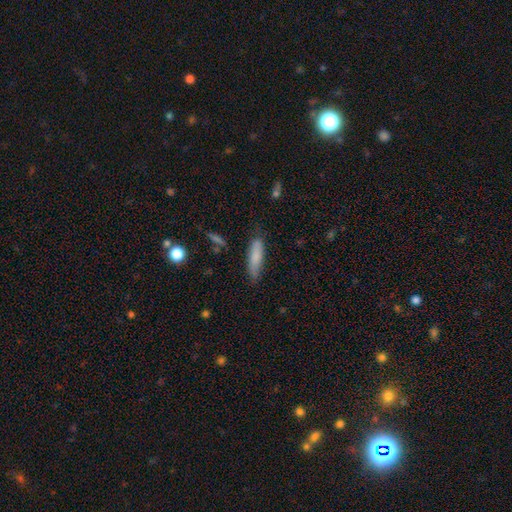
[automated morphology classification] Smooth or featured? Predicted: smooth (p=0.79). How rounded? Predicted: cigar-shaped (p=0.60). Merging? Predicted: none (p=0.71).